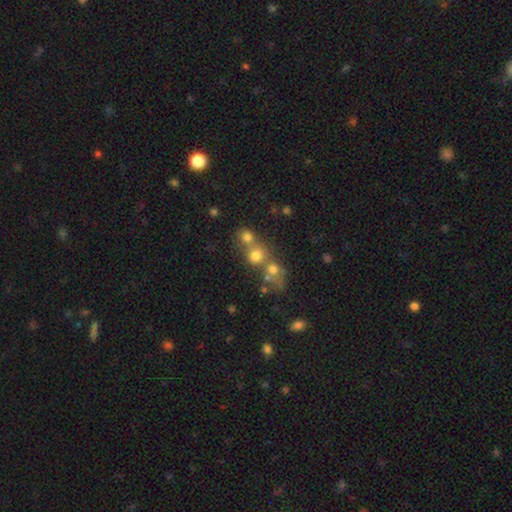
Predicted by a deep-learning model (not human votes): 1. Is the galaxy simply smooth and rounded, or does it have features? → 68% smooth, 17% star or artifact, 14% featured or disk.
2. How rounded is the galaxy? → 83% round, 15% in between, 1% cigar-shaped.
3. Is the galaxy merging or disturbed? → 47% merger, 41% none, 7% minor disturbance, 4% major disturbance.